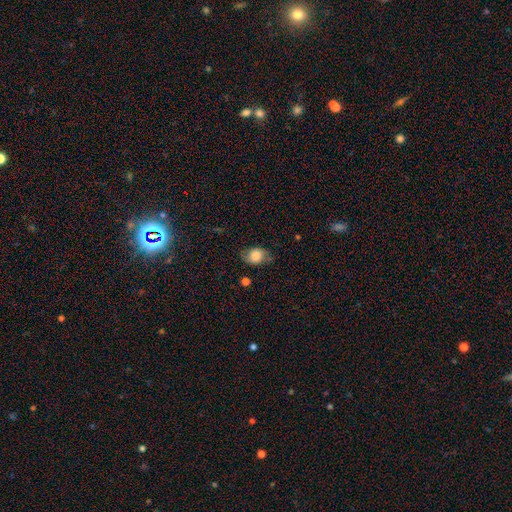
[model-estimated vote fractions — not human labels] This is clearly a smooth galaxy (80%). How rounded: likely in between (62%). Merging: likely none (65%).